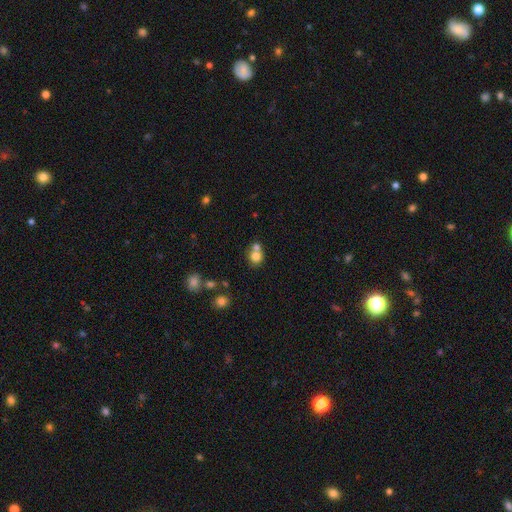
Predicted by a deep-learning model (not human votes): Overall: smooth (76%). How rounded: round (81%). Merging: merger (45%; none 44%).